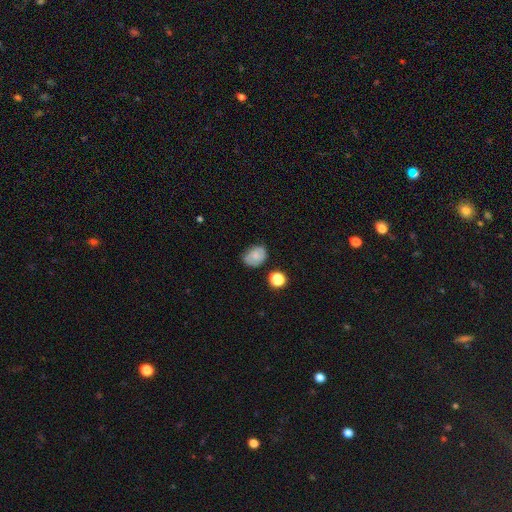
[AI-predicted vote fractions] This appears to be a smooth galaxy with no disk features (64%) that is in between round and cigar-shaped (64%). Merging: none (71%).